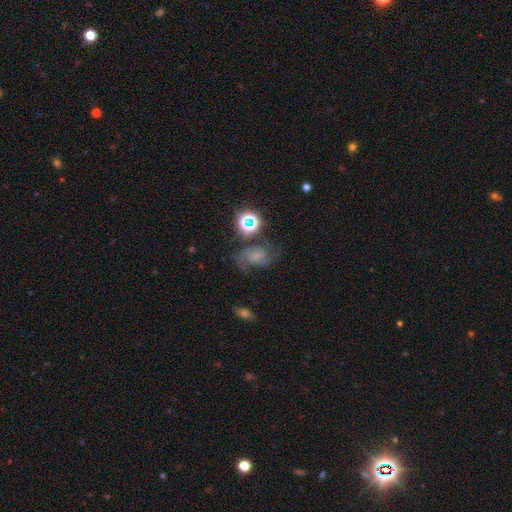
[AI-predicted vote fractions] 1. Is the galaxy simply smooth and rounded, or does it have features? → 63% featured or disk, 20% smooth, 17% star or artifact.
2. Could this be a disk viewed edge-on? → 97% no, 3% yes.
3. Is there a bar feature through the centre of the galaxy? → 48% no, 39% weak, 13% strong.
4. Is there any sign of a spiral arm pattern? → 92% yes, 8% no.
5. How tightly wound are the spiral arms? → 52% medium, 25% tight, 22% loose.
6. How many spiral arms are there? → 73% 2, 12% can't tell, 7% 3, 4% 1, 2% 4, 2% more than 4.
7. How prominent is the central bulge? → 35% small (tied), 35% none (tied), 19% moderate, 8% large, 3% dominant.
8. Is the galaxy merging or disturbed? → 54% none, 21% minor disturbance, 18% major disturbance, 7% merger.